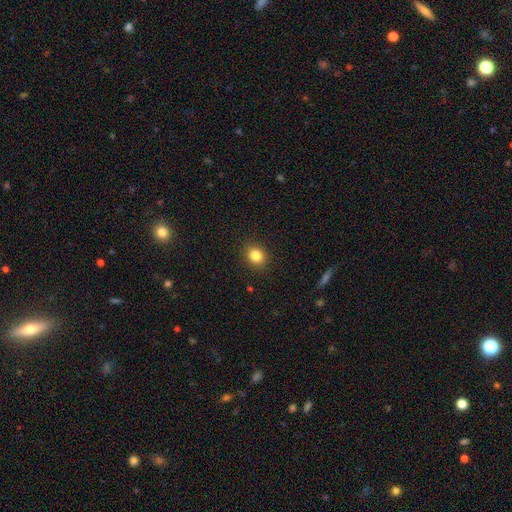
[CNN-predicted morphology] Smooth or featured? smooth (83%)
How rounded? round (67%)
Merging? none (90%)